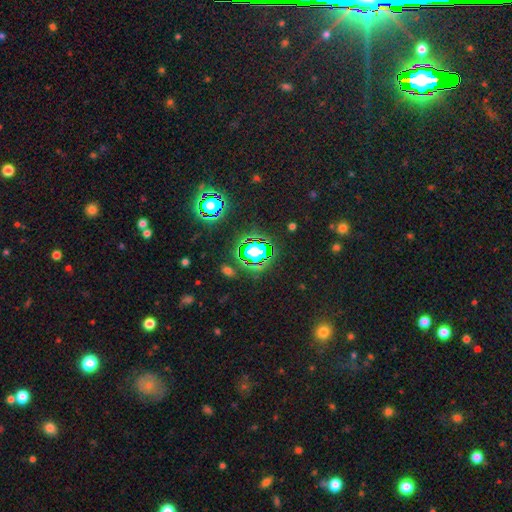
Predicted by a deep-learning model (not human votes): smooth-or-featured: star or artifact: 77% | smooth: 15% | featured or disk: 8%